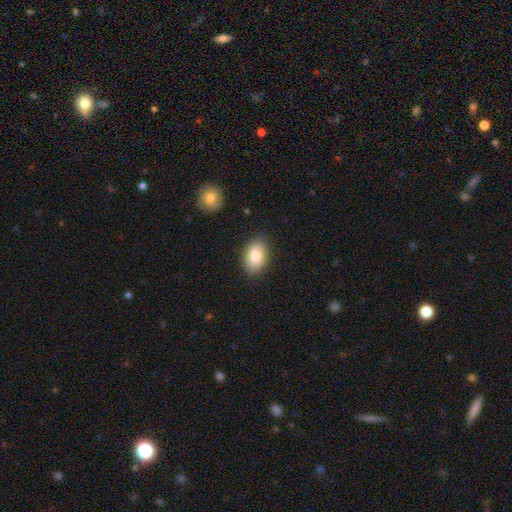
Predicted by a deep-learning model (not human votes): A smooth galaxy with no disk features (83%) that is in between round and cigar-shaped (88%). Merging: none (85%).